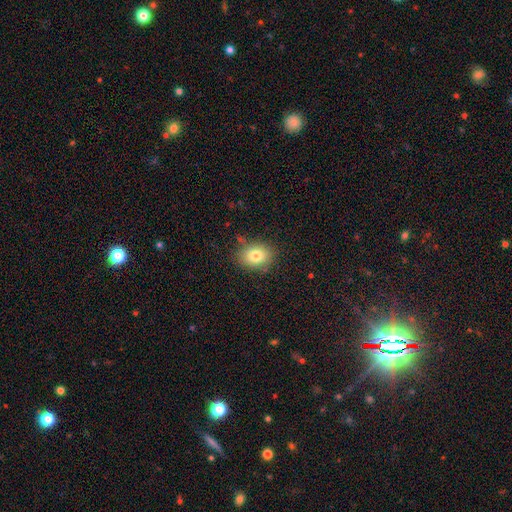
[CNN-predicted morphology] type=smooth (80%); roundness=in between (64%); merging=none (82%).